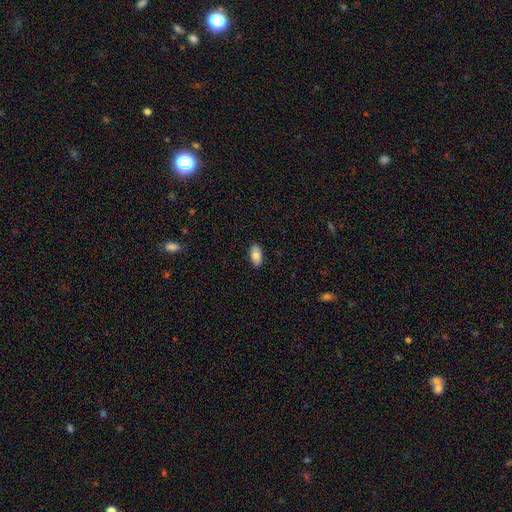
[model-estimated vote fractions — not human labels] smooth_or_featured: smooth (p=0.80) [alt: featured or disk p=0.13]
how_rounded: in between (p=0.94) [alt: cigar-shaped p=0.03]
merging: none (p=0.88) [alt: minor disturbance p=0.09]